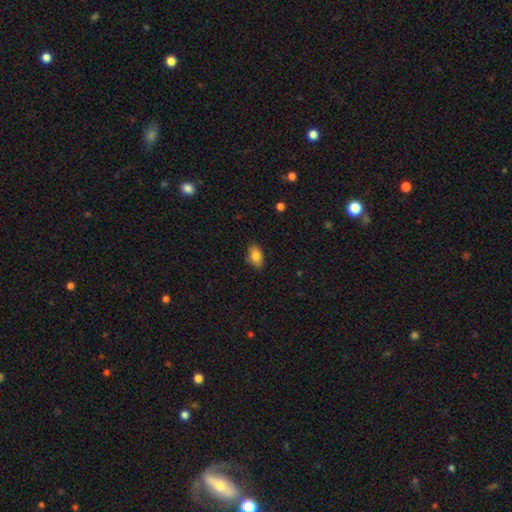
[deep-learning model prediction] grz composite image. It shows a smooth galaxy with no disk features (83%) that is in between round and cigar-shaped (85%). Merging: none (82%).